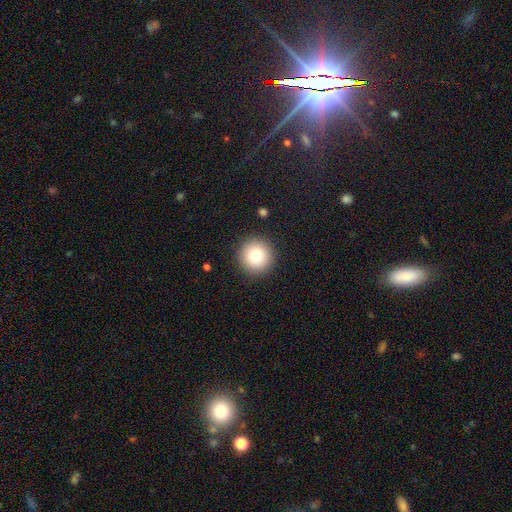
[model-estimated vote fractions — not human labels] Q: Smooth or featured?
A: smooth (79%); runner-up: star or artifact (11%)
Q: How rounded?
A: round (96%); runner-up: in between (3%)
Q: Merging?
A: none (92%); runner-up: minor disturbance (5%)